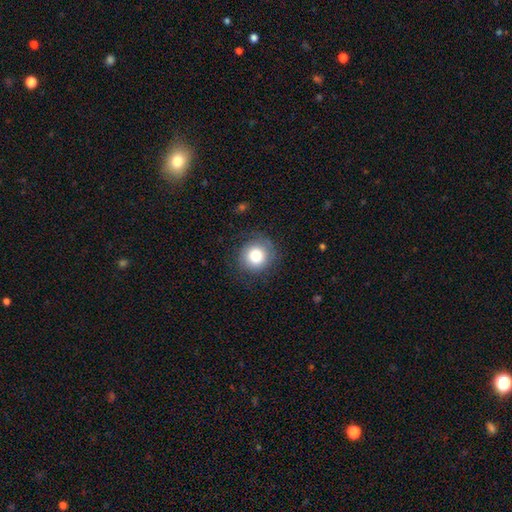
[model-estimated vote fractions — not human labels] Q: Smooth or featured?
A: smooth (80%); runner-up: featured or disk (11%)
Q: How rounded?
A: round (93%); runner-up: in between (6%)
Q: Merging?
A: none (81%); runner-up: minor disturbance (12%)